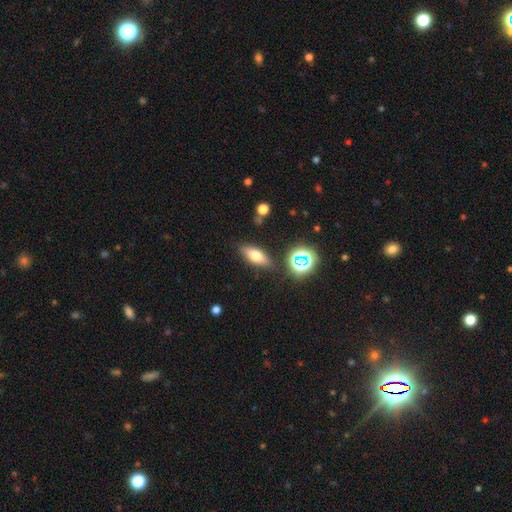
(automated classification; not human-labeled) smooth-or-featured: smooth: 61% | featured or disk: 26% | star or artifact: 13%
  how-rounded: in between: 65% | cigar-shaped: 29% | round: 6%
  merging: none: 83% | minor disturbance: 11% | merger: 3% | major disturbance: 3%